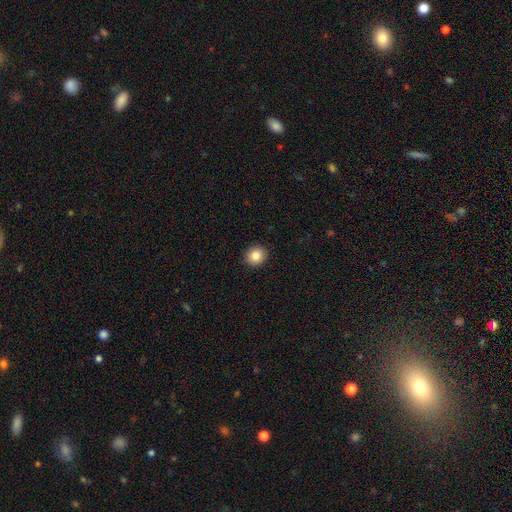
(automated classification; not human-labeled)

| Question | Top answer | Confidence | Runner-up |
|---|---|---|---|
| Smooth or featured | smooth | 85% | star or artifact (9%) |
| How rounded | round | 85% | in between (14%) |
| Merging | none | 93% | minor disturbance (5%) |